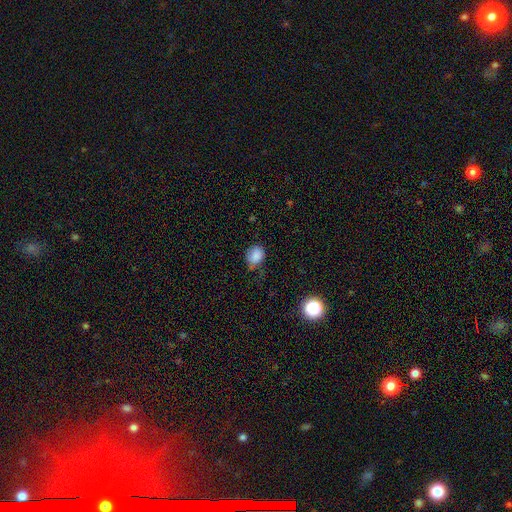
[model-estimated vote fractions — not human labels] Smooth or featured? smooth (85%)
How rounded? in between (50%)
Merging? none (59%)